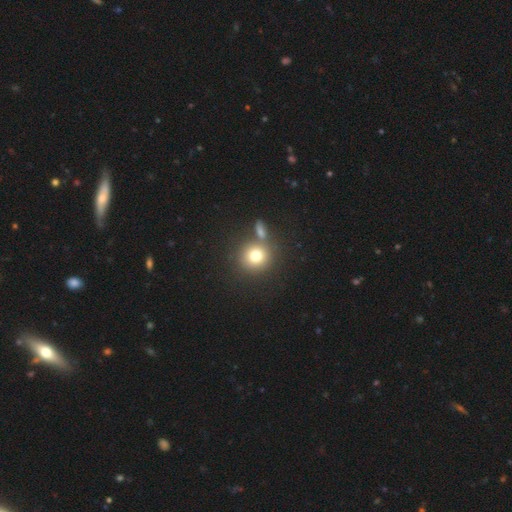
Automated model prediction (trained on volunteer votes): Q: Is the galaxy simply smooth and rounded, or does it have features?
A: smooth — 76%.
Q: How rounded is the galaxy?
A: round — 90%.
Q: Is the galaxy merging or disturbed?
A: none — 67%.